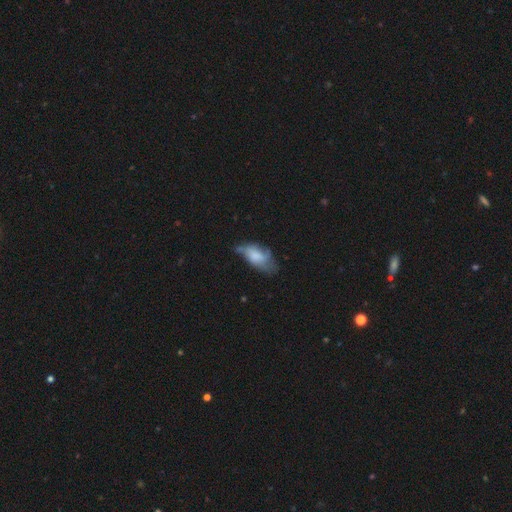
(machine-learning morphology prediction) smooth 54%, featured or disk 38%, star or artifact 8%. Down the decision tree: how rounded — in between (87%); merging — none (36%).